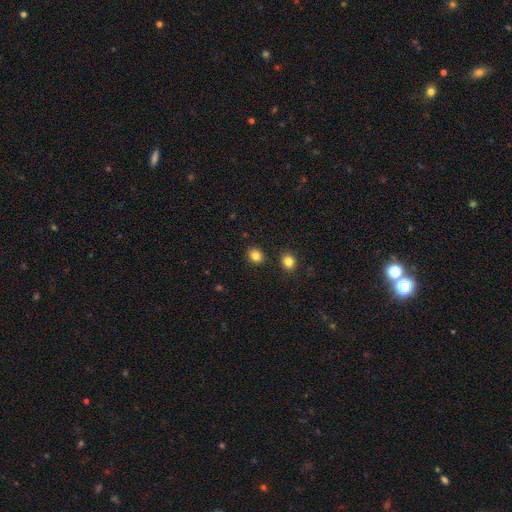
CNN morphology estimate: smooth 84%, star or artifact 11%, featured or disk 5%. Down the decision tree: how rounded — round (76%); merging — none (88%).